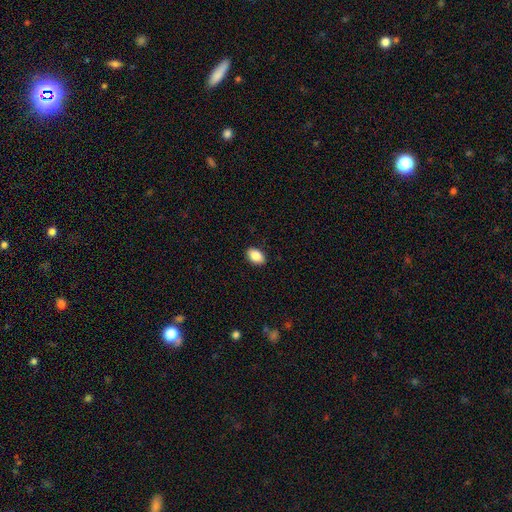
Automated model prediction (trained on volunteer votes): Smooth or featured? Predicted: smooth (p=0.88). How rounded? Predicted: in between (p=0.88). Merging? Predicted: none (p=0.89).